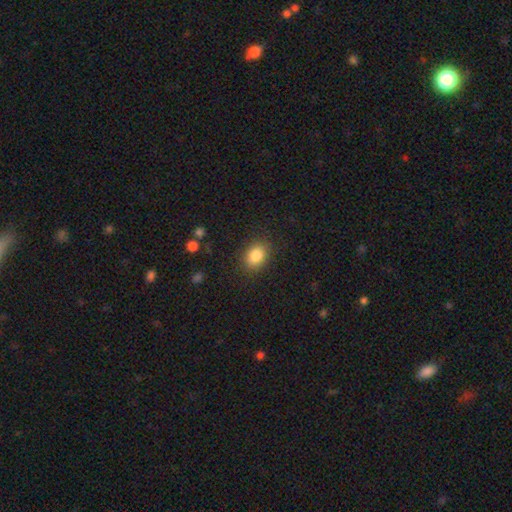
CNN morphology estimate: smooth-or-featured: smooth: 85% | star or artifact: 9% | featured or disk: 6%
  how-rounded: in between: 65% | round: 34% | cigar-shaped: 1%
  merging: none: 86% | minor disturbance: 10% | major disturbance: 3% | merger: 1%